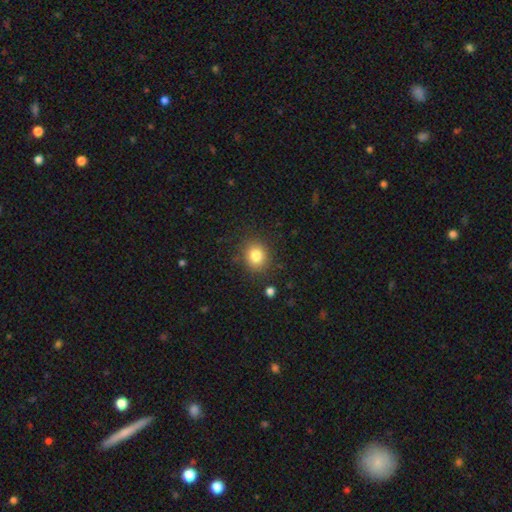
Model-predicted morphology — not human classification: Smooth or featured? smooth (82%)
How rounded? round (76%)
Merging? none (86%)